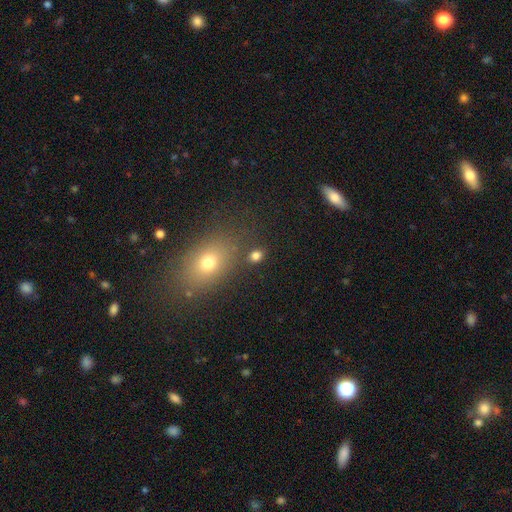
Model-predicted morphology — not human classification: smooth-or-featured: smooth: 78% | star or artifact: 15% | featured or disk: 7%
  how-rounded: in between: 53% | round: 45% | cigar-shaped: 2%
  merging: none: 78% | minor disturbance: 10% | merger: 8% | major disturbance: 4%